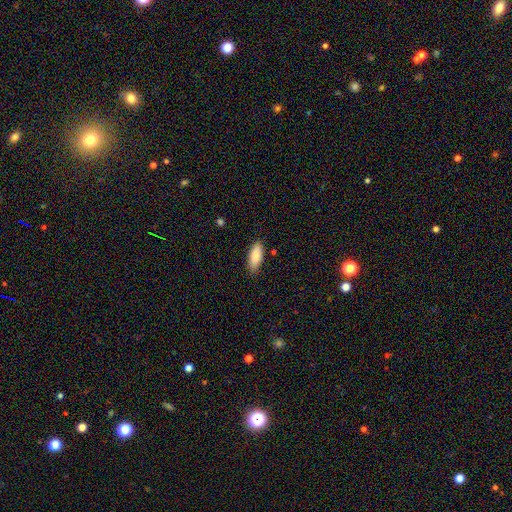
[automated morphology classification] This appears to be a smooth galaxy with no disk features (86%) that is in between round and cigar-shaped (79%). Merging: none (85%).